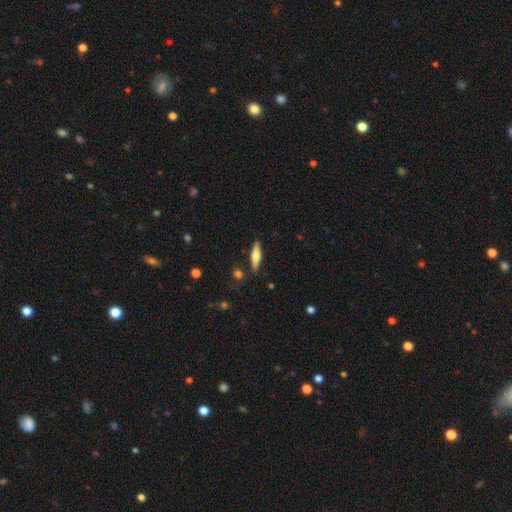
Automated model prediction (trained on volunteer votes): This appears to be a smooth galaxy with no disk features (49%). Merging: none (87%).